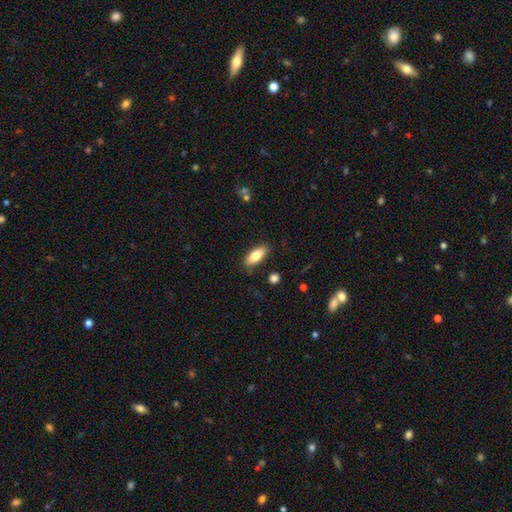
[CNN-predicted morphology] Smooth or featured? smooth (79%)
How rounded? in between (78%)
Merging? none (84%)